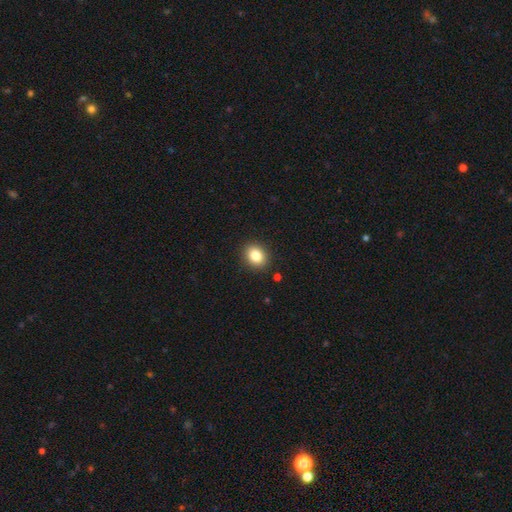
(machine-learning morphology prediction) Q: Smooth or featured?
A: smooth (83%); runner-up: star or artifact (10%)
Q: How rounded?
A: round (56%); runner-up: in between (43%)
Q: Merging?
A: none (90%); runner-up: minor disturbance (7%)